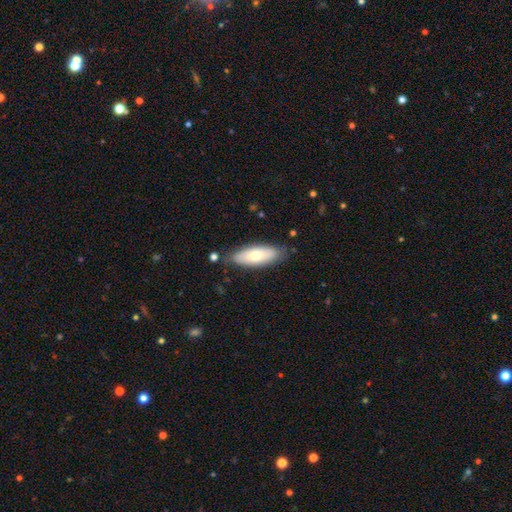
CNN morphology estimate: This appears to be a smooth galaxy with no disk features (63%) that is in between round and cigar-shaped (74%). Merging: none (79%).